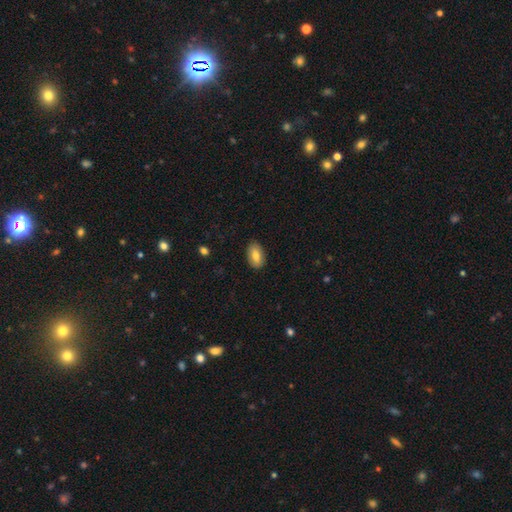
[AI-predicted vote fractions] A smooth galaxy with no disk features (81%) that is in between round and cigar-shaped (92%).

Vote fractions:
- Smooth or featured? smooth: 81% / featured or disk: 12% / star or artifact: 7%
- How rounded? in between: 92% / round: 5% / cigar-shaped: 3%
- Merging? none: 87% / minor disturbance: 10% / major disturbance: 2% / merger: 1%